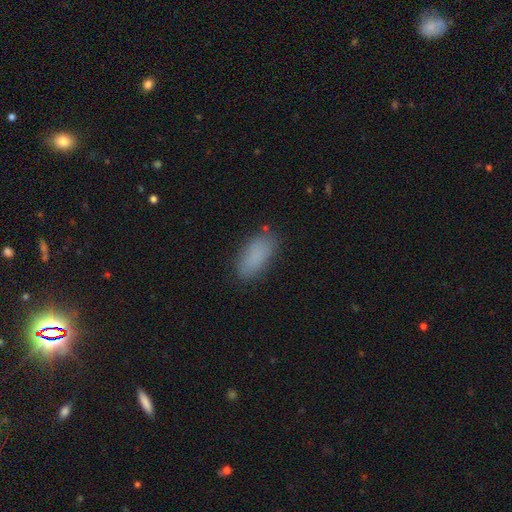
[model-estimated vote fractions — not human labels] Overall: smooth (86%). How rounded: in between (87%). Merging: none (83%).